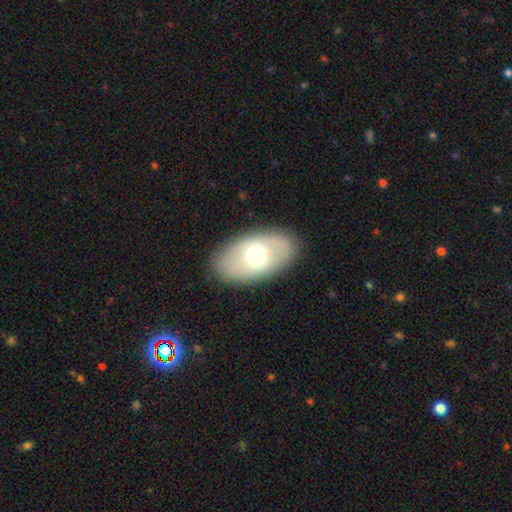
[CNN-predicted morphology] Smooth or featured? smooth (52%)
How rounded? in between (90%)
Merging? none (84%)